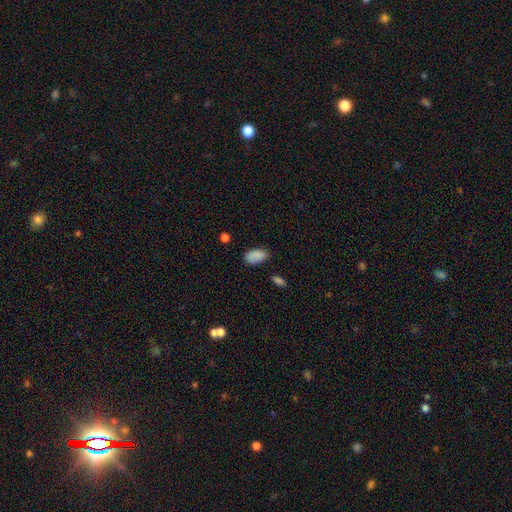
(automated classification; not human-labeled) Smooth or featured: smooth — 87% (star or artifact — 8%)
How rounded: in between — 94% (round — 5%)
Merging: none — 77% (minor disturbance — 17%)